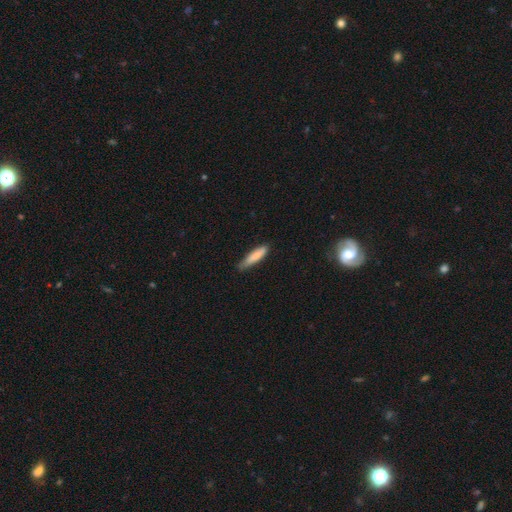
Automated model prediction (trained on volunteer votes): smooth_or_featured: smooth (p=0.83) [alt: featured or disk p=0.12]
how_rounded: cigar-shaped (p=0.82) [alt: in between p=0.17]
merging: none (p=0.68) [alt: minor disturbance p=0.27]